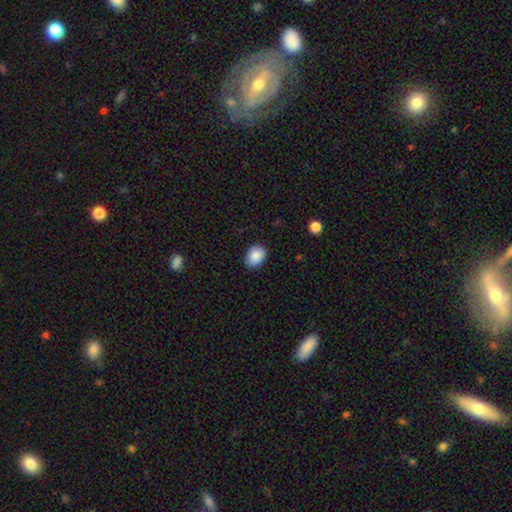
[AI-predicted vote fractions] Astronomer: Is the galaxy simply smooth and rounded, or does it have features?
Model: smooth — 88%.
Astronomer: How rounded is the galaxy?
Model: in between — 68%.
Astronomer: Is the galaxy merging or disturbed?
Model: none — 83%.